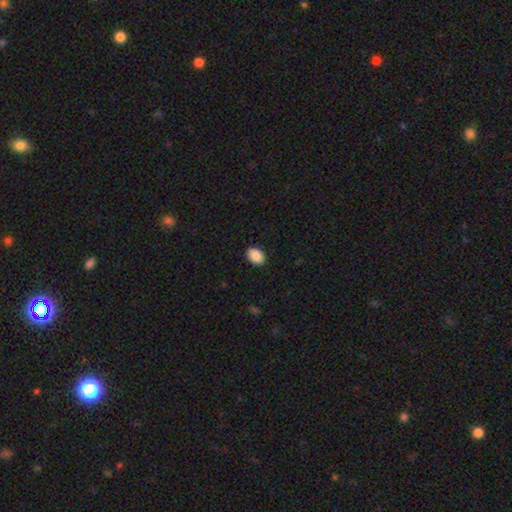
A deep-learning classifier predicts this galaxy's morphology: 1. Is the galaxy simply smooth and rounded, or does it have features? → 90% smooth, 7% star or artifact, 3% featured or disk.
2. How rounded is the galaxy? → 83% in between, 16% round, 1% cigar-shaped.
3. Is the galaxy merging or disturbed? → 91% none, 7% minor disturbance, 2% major disturbance, 1% merger.